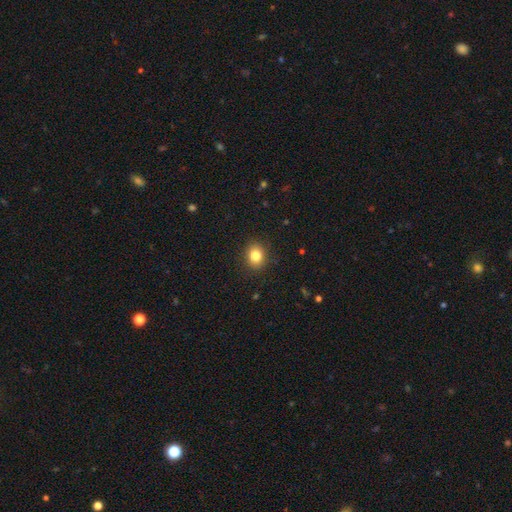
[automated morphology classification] smooth-or-featured: smooth: 83% | star or artifact: 11% | featured or disk: 7%
  how-rounded: round: 58% | in between: 41% | cigar-shaped: 1%
  merging: none: 89% | minor disturbance: 8% | major disturbance: 2% | merger: 1%